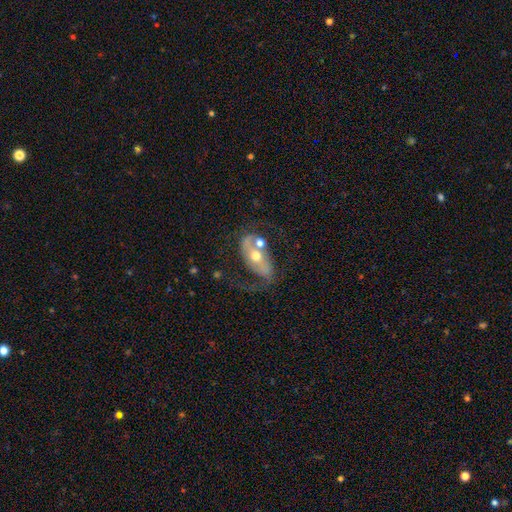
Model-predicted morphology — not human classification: Smooth or featured? Predicted: featured or disk (p=0.76). Edge-on disk? Predicted: no (p=0.93). Bar? Predicted: no (p=0.51). Spiral arms? Predicted: yes (p=0.78). Spiral winding? Predicted: loose (p=0.50). Spiral arm count? Predicted: 2 (p=0.81). Bulge size? Predicted: moderate (p=0.71). Merging? Predicted: none (p=0.43).